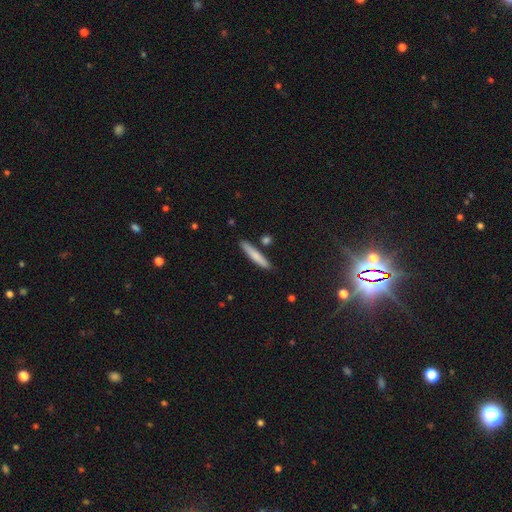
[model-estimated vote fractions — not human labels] Q: Smooth or featured?
A: smooth (77%); runner-up: featured or disk (18%)
Q: How rounded?
A: cigar-shaped (92%); runner-up: in between (7%)
Q: Merging?
A: none (85%); runner-up: minor disturbance (9%)